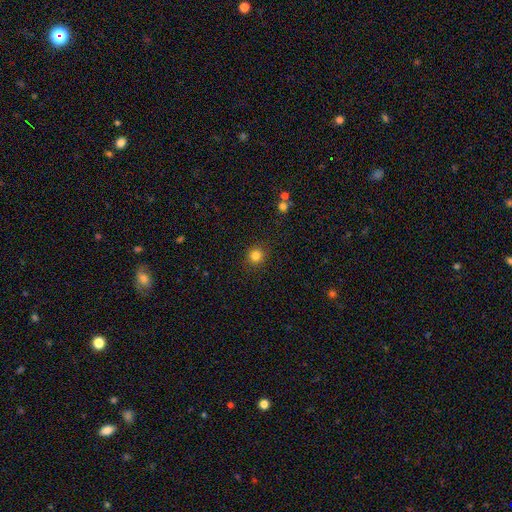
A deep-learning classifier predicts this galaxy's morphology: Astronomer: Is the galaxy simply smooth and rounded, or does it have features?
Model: smooth — 83%.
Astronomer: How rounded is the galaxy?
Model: round — 92%.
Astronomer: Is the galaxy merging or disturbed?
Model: none — 90%.